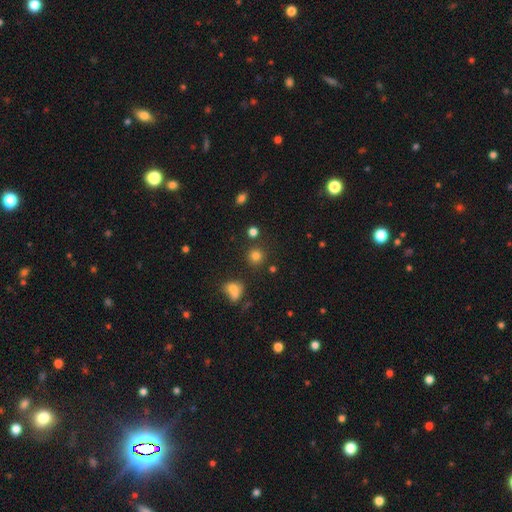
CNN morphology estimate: This appears to be a smooth galaxy with no disk features (78%) that is round (90%). Merging: none (82%).